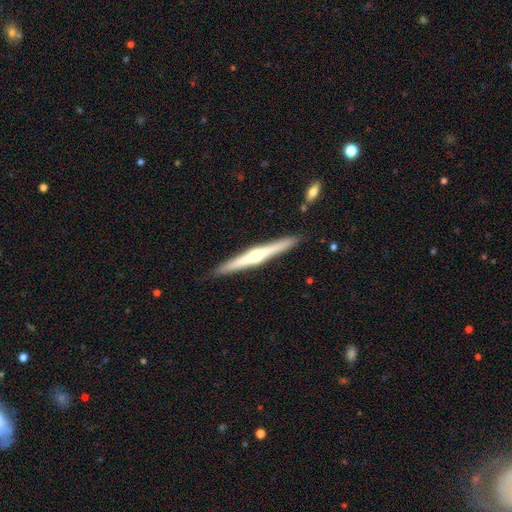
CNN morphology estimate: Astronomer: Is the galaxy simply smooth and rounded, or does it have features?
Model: featured or disk — 75%.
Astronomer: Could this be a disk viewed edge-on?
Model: yes — 98%.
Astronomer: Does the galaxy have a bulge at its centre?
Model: rounded — 87%.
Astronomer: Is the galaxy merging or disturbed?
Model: none — 90%.